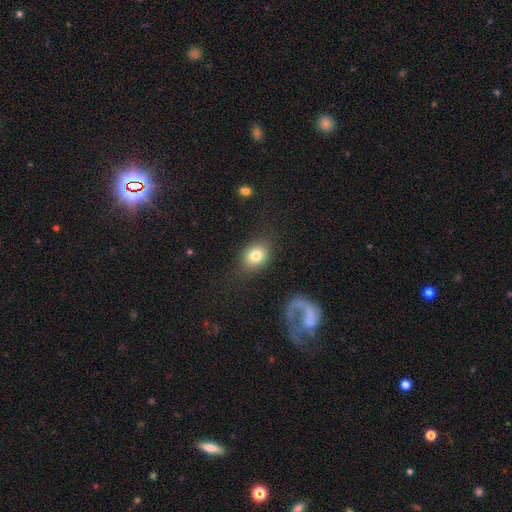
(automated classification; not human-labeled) A smooth galaxy with no disk features (80%) that is in between round and cigar-shaped (61%).

Vote fractions:
- Smooth or featured? smooth: 80% / featured or disk: 11% / star or artifact: 9%
- How rounded? in between: 61% / round: 37% / cigar-shaped: 1%
- Merging? none: 79% / minor disturbance: 13% / major disturbance: 6% / merger: 2%